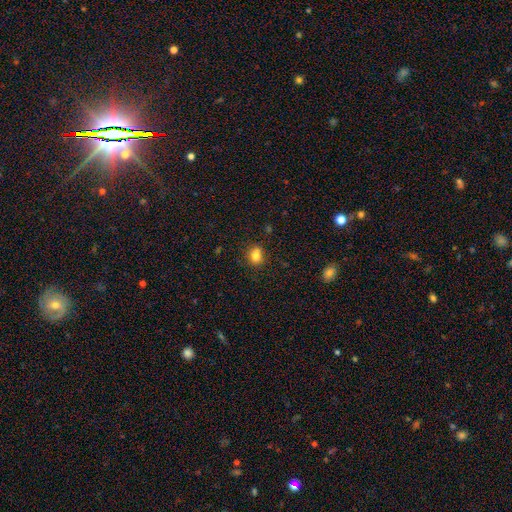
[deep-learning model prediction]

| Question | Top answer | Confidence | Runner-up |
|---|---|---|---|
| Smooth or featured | smooth | 77% | star or artifact (13%) |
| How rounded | round | 64% | in between (34%) |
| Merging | none | 55% | merger (24%) |